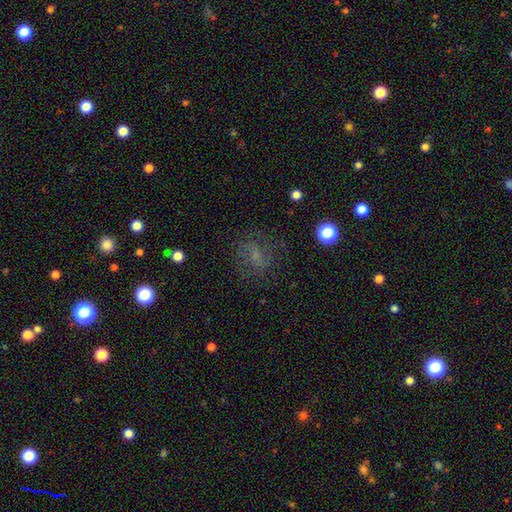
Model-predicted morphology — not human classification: Overall: featured or disk (42%; smooth 38%). Merging: none (70%).